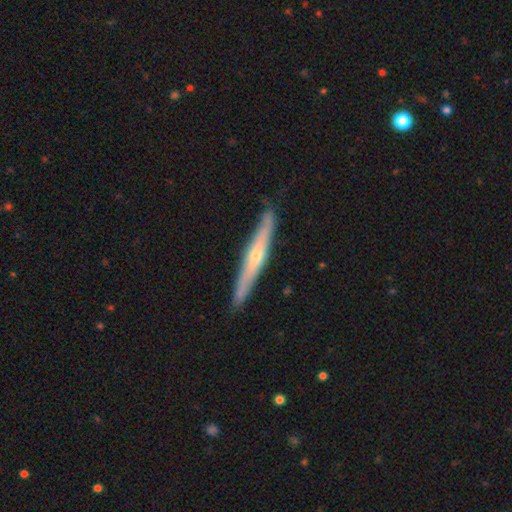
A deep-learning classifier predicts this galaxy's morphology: Smooth or featured?
  - featured or disk: 62% *
  - smooth: 33%
  - star or artifact: 5%
Edge-on disk?
  - yes: 94% *
  - no: 6%
Edge-on bulge?
  - rounded: 72% *
  - none: 25%
  - boxy: 4%
Merging?
  - none: 87% *
  - minor disturbance: 10%
  - major disturbance: 2%
  - merger: 1%